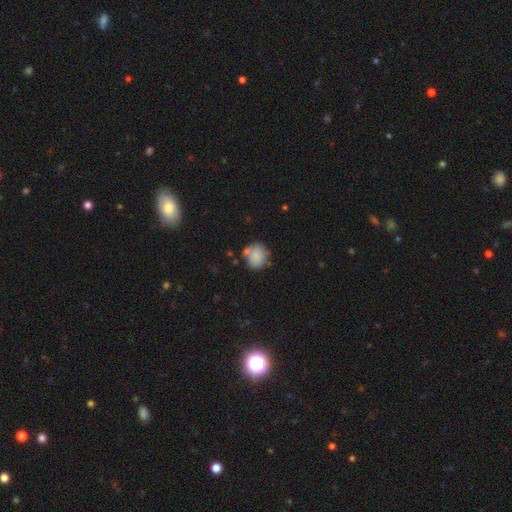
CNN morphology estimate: Smooth or featured: smooth — 84% (star or artifact — 8%)
How rounded: round — 77% (in between — 22%)
Merging: none — 62% (minor disturbance — 19%)